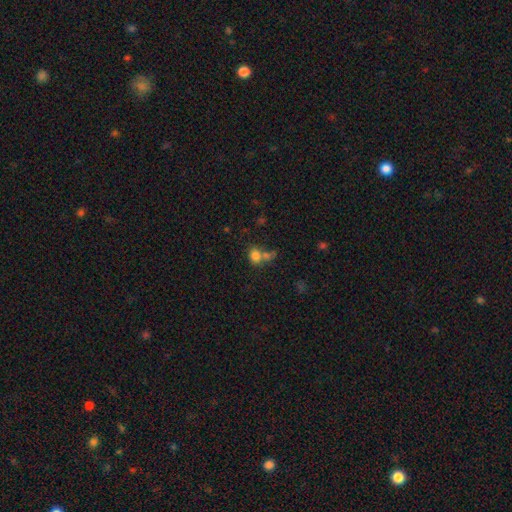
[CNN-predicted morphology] smooth-or-featured: smooth: 77% | star or artifact: 13% | featured or disk: 10%
  how-rounded: round: 56% | in between: 43% | cigar-shaped: 1%
  merging: none: 41% | merger: 40% | minor disturbance: 12% | major disturbance: 7%